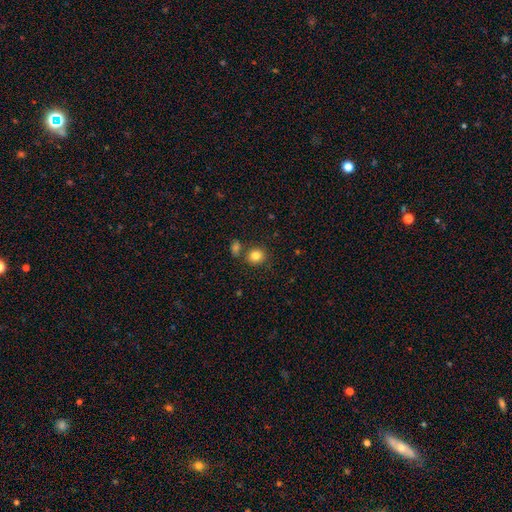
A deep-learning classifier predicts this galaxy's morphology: This appears to be a smooth galaxy with no disk features (83%) that is round (78%). Merging: none (74%).